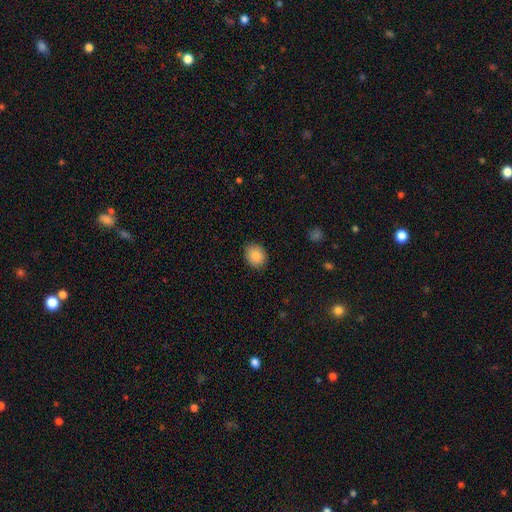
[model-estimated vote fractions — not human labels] smooth 87%, star or artifact 8%, featured or disk 5%. Down the decision tree: how rounded — round (51%); merging — none (87%).